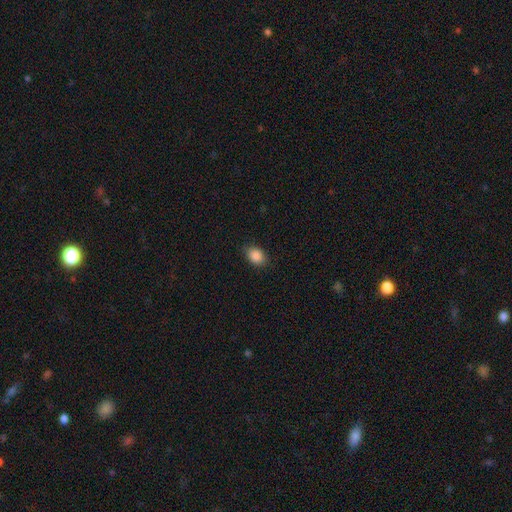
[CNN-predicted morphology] Smooth or featured: smooth — 87% (star or artifact — 8%)
How rounded: in between — 71% (round — 27%)
Merging: none — 83% (minor disturbance — 14%)